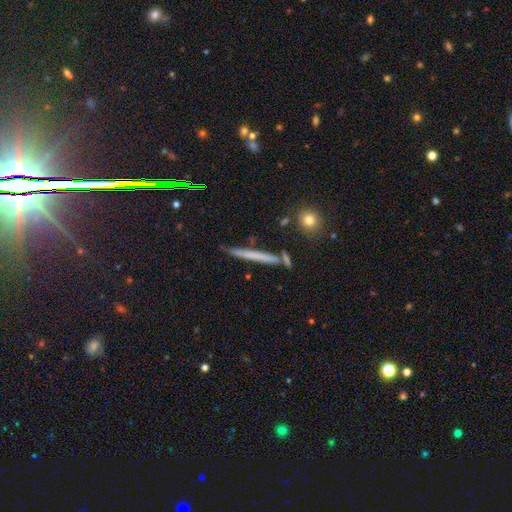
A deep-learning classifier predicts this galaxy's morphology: A smooth galaxy with no disk features (50%) that is cigar-shaped (96%). Merging: none (83%).